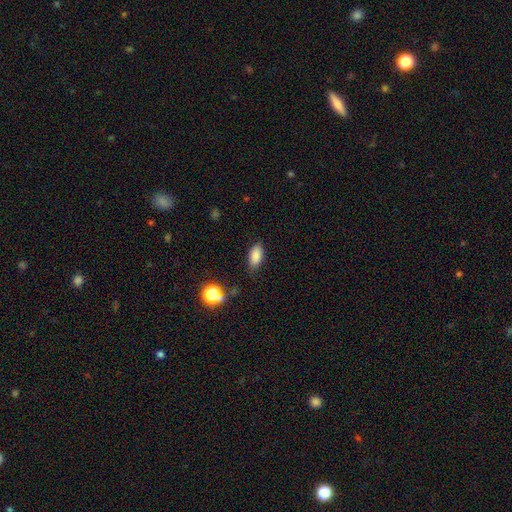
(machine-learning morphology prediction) smooth 85%, star or artifact 10%, featured or disk 5%. Down the decision tree: how rounded — in between (90%); merging — none (81%).